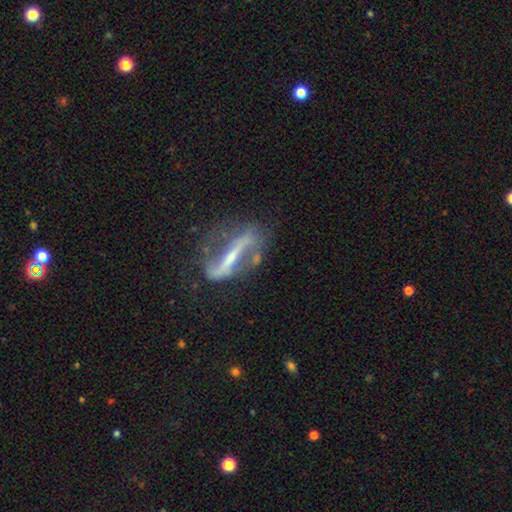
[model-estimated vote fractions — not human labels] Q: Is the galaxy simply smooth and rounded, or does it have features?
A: featured or disk — 83%.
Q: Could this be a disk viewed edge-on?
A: no — 74%.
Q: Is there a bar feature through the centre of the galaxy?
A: strong — 76%.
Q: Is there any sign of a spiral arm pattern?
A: yes — 79%.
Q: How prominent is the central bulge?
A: small — 61%.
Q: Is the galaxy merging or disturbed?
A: none — 60%.